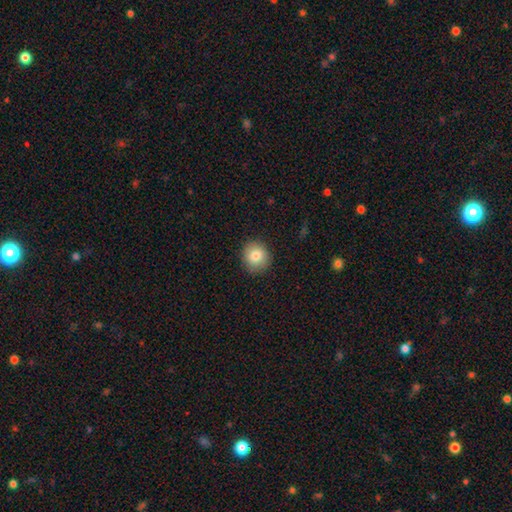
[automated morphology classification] This is clearly a smooth galaxy (82%). How rounded: clearly round (88%). Merging: clearly none (90%).